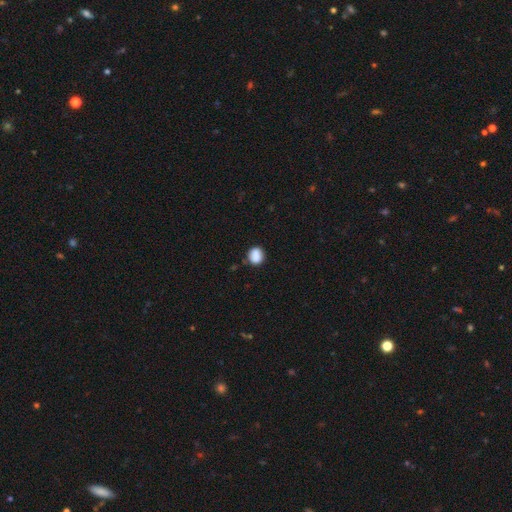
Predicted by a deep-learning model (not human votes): The model was most divided on "how rounded": round: 78%, in between: 21%, cigar-shaped: 1%. More confident: smooth or featured — smooth (85%); merging — none (75%).